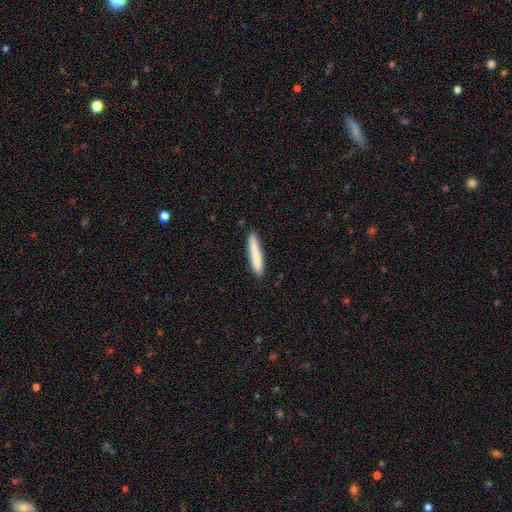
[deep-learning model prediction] The model was most divided on "smooth or featured": smooth: 80%, featured or disk: 14%, star or artifact: 6%. More confident: how rounded — cigar-shaped (94%); merging — none (89%).